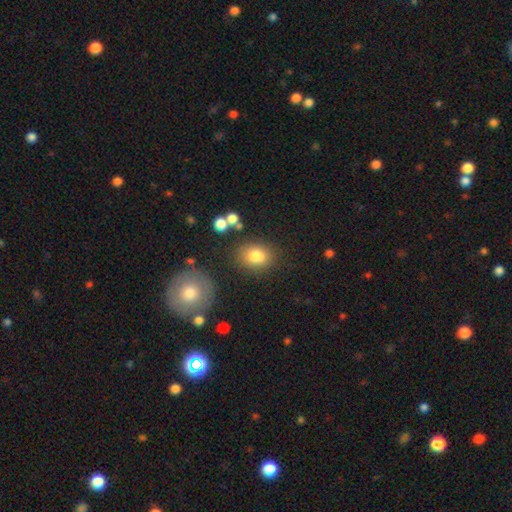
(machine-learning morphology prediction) Smooth or featured? Predicted: smooth (p=0.81). How rounded? Predicted: in between (p=0.57). Merging? Predicted: none (p=0.77).